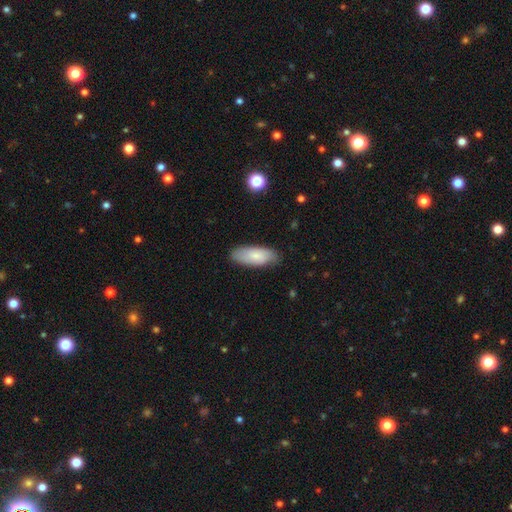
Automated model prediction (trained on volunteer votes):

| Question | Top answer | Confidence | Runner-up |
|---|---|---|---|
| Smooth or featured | smooth | 78% | featured or disk (16%) |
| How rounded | in between | 82% | cigar-shaped (16%) |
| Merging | none | 79% | minor disturbance (17%) |